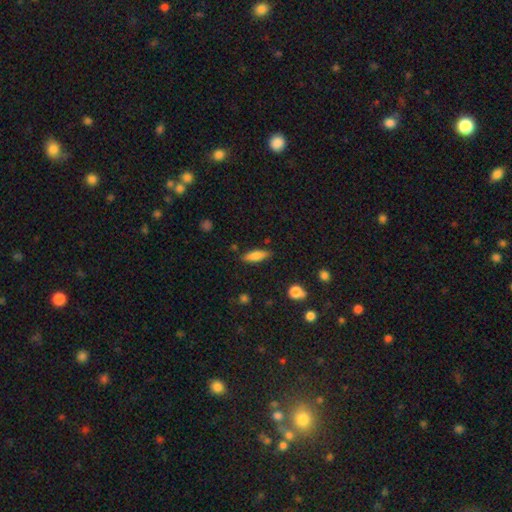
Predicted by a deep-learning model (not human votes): smooth 73%, featured or disk 20%, star or artifact 7%. Down the decision tree: how rounded — cigar-shaped (50%); merging — none (84%).